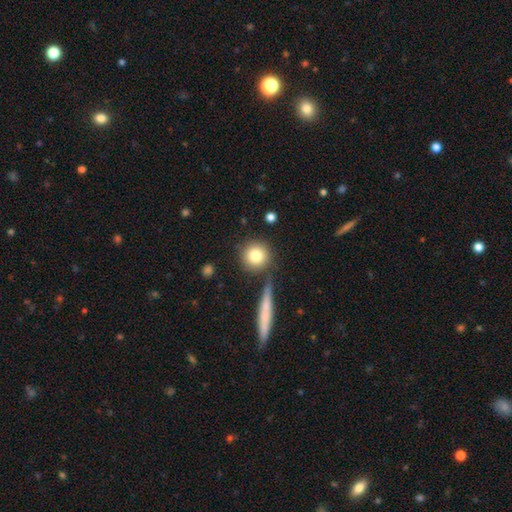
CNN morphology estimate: Smooth or featured? Predicted: smooth (p=0.81). How rounded? Predicted: round (p=0.91). Merging? Predicted: none (p=0.77).